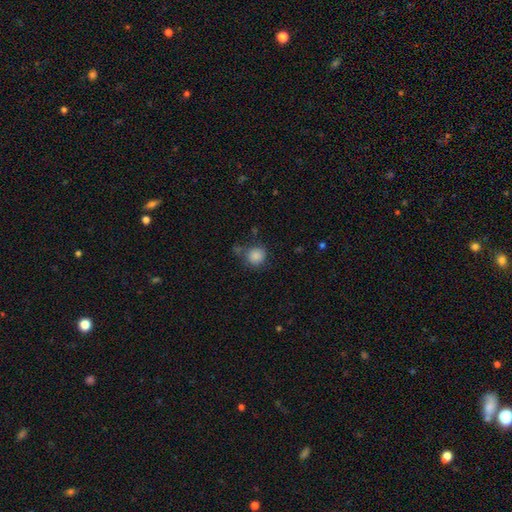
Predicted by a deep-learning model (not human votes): The model was most divided on "merging": none: 69%, minor disturbance: 17%, merger: 8%, major disturbance: 6%. More confident: how rounded — round (86%); smooth or featured — smooth (86%).